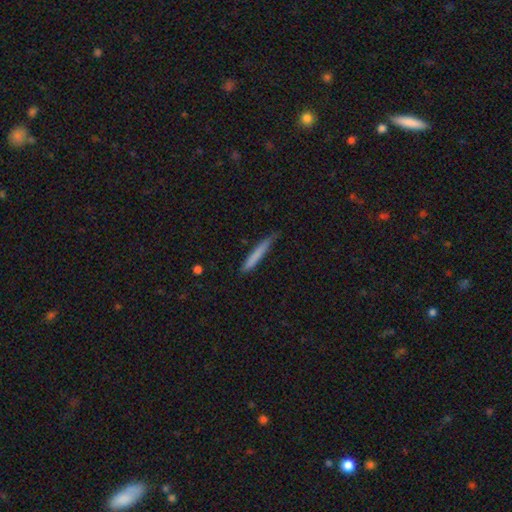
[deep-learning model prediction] A smooth galaxy with no disk features (75%) that is cigar-shaped (96%).

Vote fractions:
- Smooth or featured? smooth: 75% / featured or disk: 19% / star or artifact: 6%
- How rounded? cigar-shaped: 96% / in between: 3% / round: 1%
- Merging? none: 74% / minor disturbance: 21% / major disturbance: 3% / merger: 2%